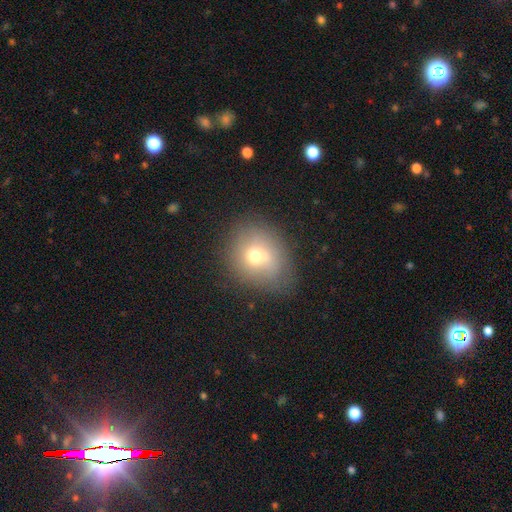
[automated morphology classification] Smooth or featured? smooth (64%)
How rounded? round (65%)
Merging? none (63%)